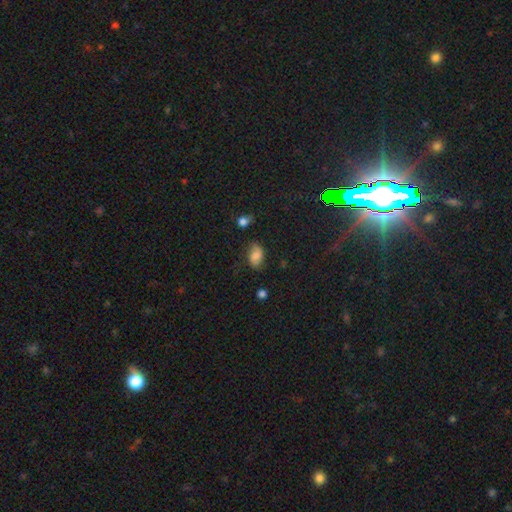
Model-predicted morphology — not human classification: type=smooth (71%); roundness=in between (86%); merging=none (66%).